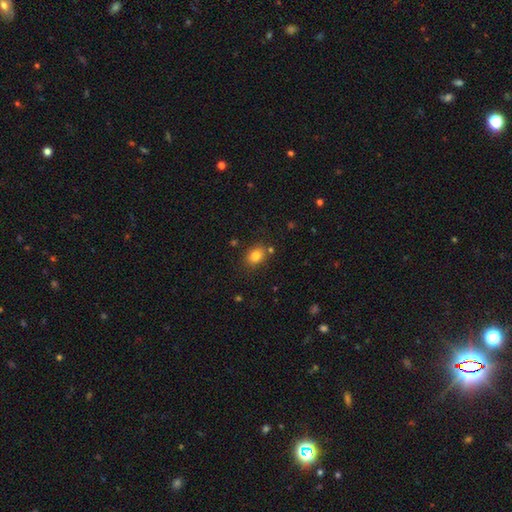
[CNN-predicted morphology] smooth 82%, star or artifact 11%, featured or disk 7%. Down the decision tree: how rounded — in between (56%); merging — none (79%).